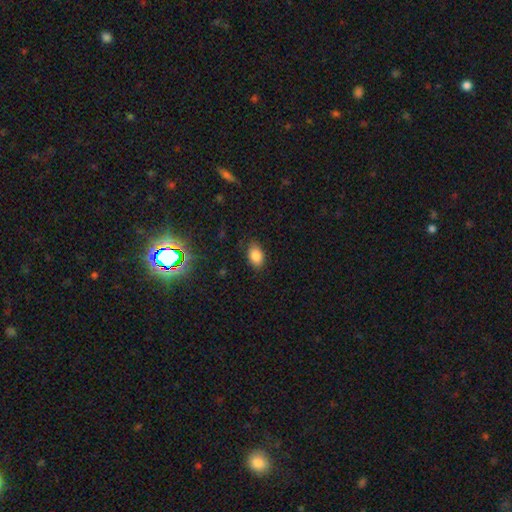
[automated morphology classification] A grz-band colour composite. It shows a smooth galaxy with no disk features (83%) that is in between round and cigar-shaped (88%). Merging: none (83%).